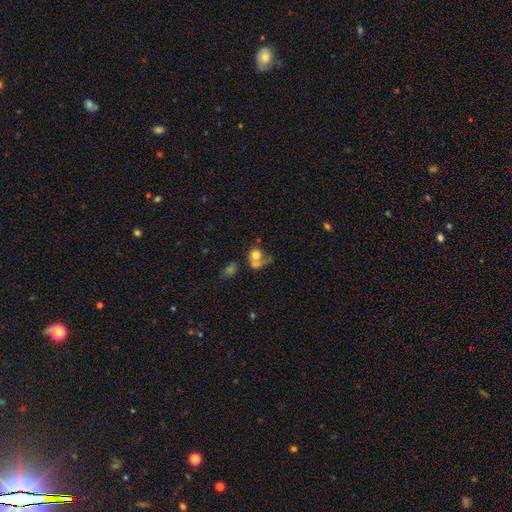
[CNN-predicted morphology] Smooth or featured: smooth — 70% (featured or disk — 20%)
How rounded: round — 70% (in between — 29%)
Merging: merger — 57% (none — 21%)